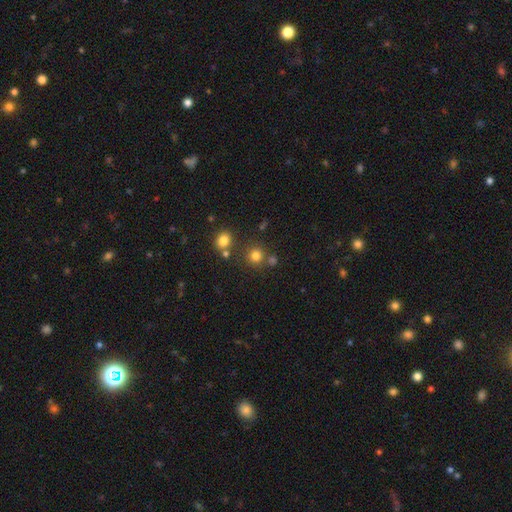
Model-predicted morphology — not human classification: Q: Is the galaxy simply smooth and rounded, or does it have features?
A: smooth — 77%.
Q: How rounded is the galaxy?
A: round — 90%.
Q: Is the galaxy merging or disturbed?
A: none — 75%.